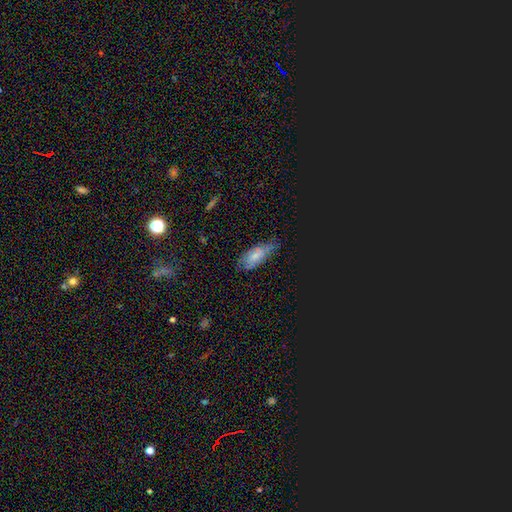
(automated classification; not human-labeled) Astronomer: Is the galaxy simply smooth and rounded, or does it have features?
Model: smooth — 61%.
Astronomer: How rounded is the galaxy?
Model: in between — 84%.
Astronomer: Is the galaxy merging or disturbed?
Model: none — 56% (runner-up: minor disturbance, 33%).